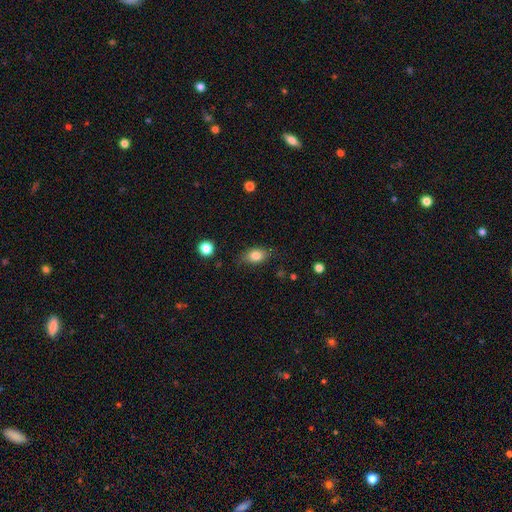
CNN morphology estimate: Smooth or featured? smooth (81%)
How rounded? in between (77%)
Merging? none (77%)